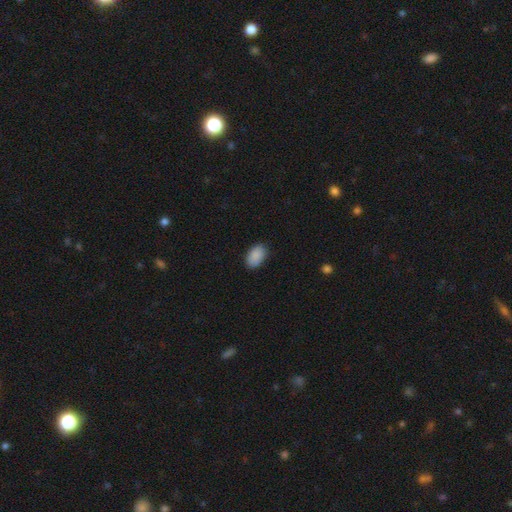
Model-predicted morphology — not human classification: Smooth or featured? Predicted: smooth (p=0.90). How rounded? Predicted: in between (p=0.92). Merging? Predicted: none (p=0.85).